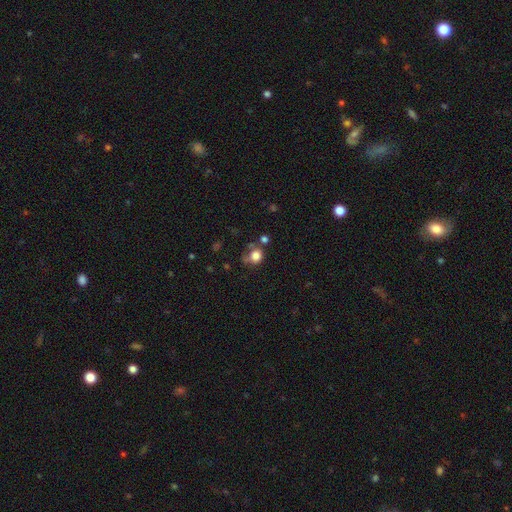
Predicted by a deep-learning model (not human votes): The model was most divided on "merging": none: 48%, minor disturbance: 22%, merger: 17%, major disturbance: 13%. More confident: smooth or featured — smooth (79%); how rounded — round (75%).